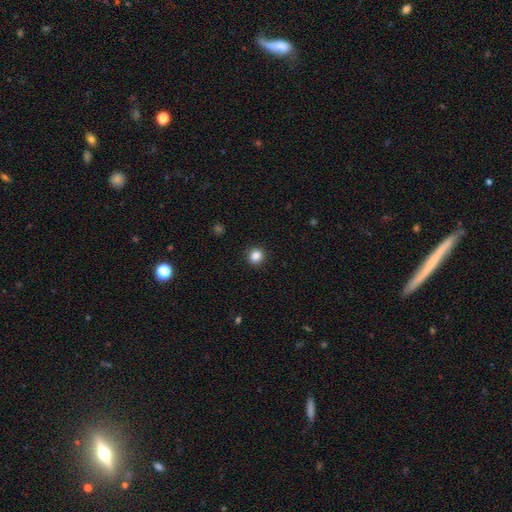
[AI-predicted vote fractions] smooth-or-featured: smooth: 86% | star or artifact: 11% | featured or disk: 3%
  how-rounded: round: 86% | in between: 13% | cigar-shaped: 1%
  merging: none: 91% | minor disturbance: 6% | major disturbance: 2% | merger: 1%